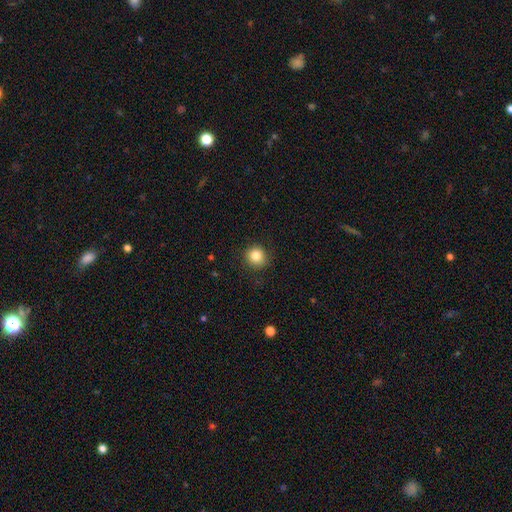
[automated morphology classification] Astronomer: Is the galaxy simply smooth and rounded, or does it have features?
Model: smooth — 84%.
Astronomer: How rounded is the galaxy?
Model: round — 91%.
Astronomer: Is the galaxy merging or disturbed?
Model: none — 89%.